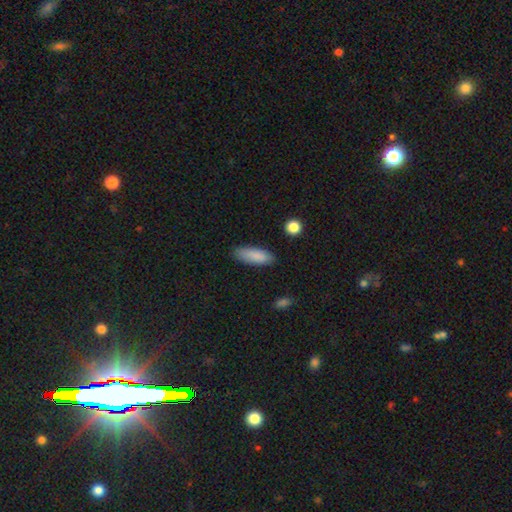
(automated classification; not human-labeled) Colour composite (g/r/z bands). It shows a smooth galaxy with no disk features (87%) that is in between round and cigar-shaped (63%). Merging: none (83%).